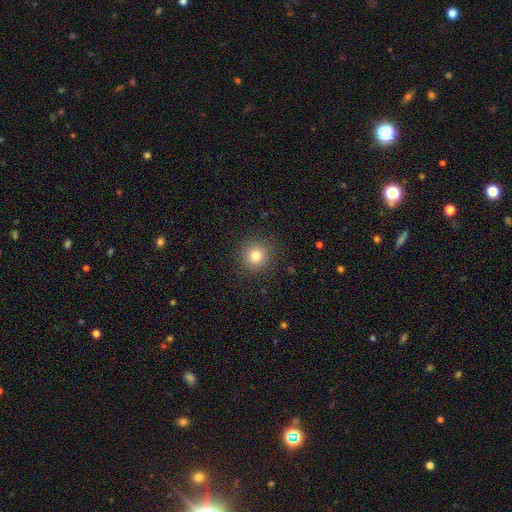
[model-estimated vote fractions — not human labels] Smooth or featured? smooth (80%)
How rounded? round (94%)
Merging? none (89%)